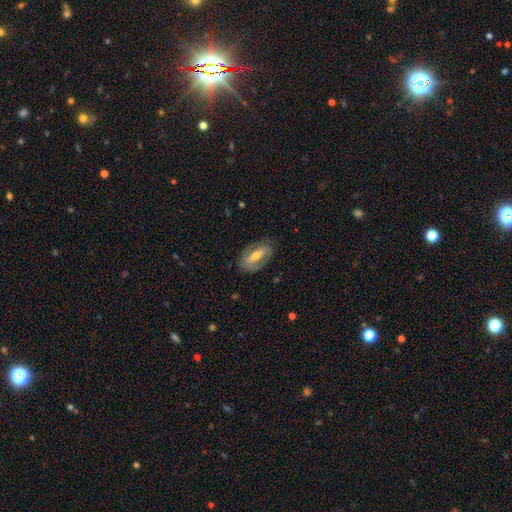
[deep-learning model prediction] Q: Smooth or featured?
A: featured or disk (67%); runner-up: smooth (27%)
Q: Edge-on disk?
A: no (90%); runner-up: yes (10%)
Q: Bar?
A: strong (43%); runner-up: weak (34%)
Q: Spiral arms?
A: yes (65%); runner-up: no (35%)
Q: Bulge size?
A: moderate (57%); runner-up: small (34%)
Q: Merging?
A: none (76%); runner-up: minor disturbance (16%)